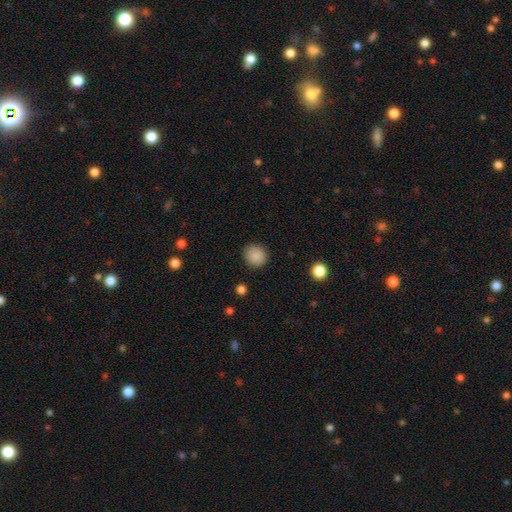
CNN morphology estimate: smooth-or-featured: smooth: 88% | star or artifact: 9% | featured or disk: 3%
  how-rounded: round: 90% | in between: 9% | cigar-shaped: 1%
  merging: none: 89% | minor disturbance: 7% | major disturbance: 2% | merger: 1%